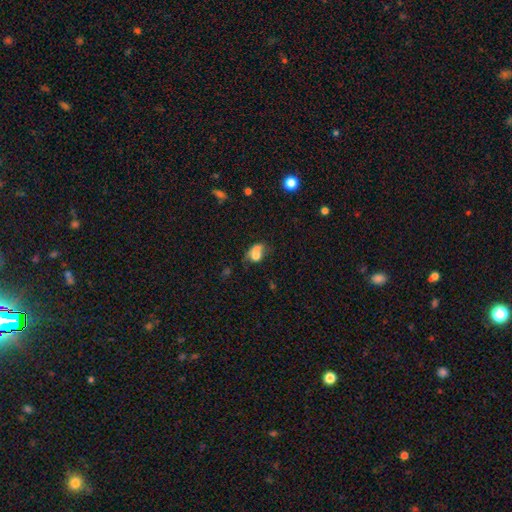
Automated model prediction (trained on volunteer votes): Smooth or featured? Predicted: smooth (p=0.69). How rounded? Predicted: in between (p=0.76). Merging? Predicted: minor disturbance (p=0.29, tied with none).